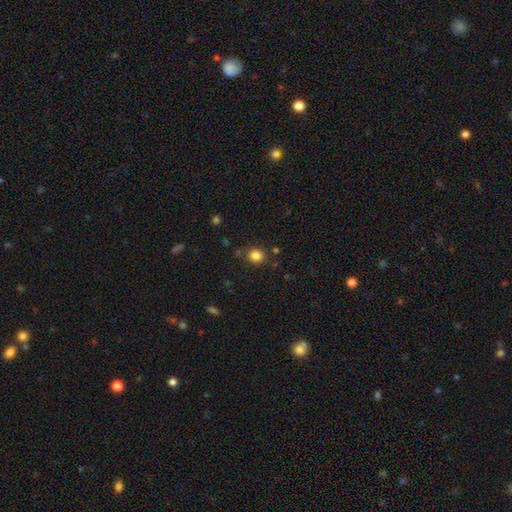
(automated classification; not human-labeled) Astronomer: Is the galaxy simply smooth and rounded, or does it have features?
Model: smooth — 84%.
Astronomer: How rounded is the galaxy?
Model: round — 77%.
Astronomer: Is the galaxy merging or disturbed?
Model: none — 83%.